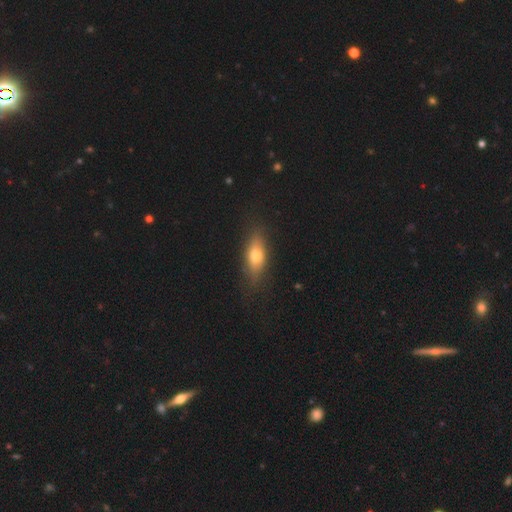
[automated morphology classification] A smooth galaxy with no disk features (63%) that is in between round and cigar-shaped (67%).

Vote fractions:
- Smooth or featured? smooth: 63% / featured or disk: 29% / star or artifact: 8%
- How rounded? in between: 67% / cigar-shaped: 28% / round: 5%
- Merging? none: 82% / minor disturbance: 13% / major disturbance: 4% / merger: 1%